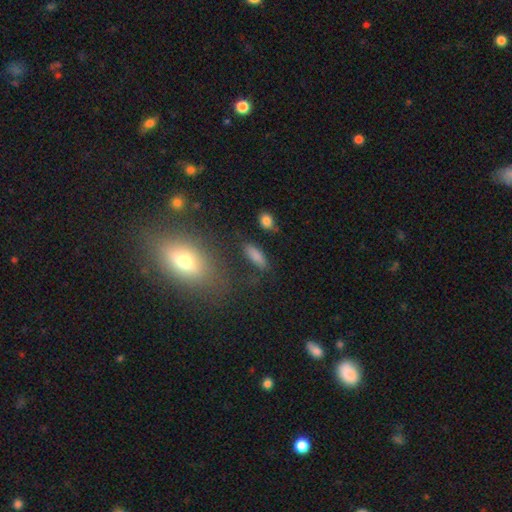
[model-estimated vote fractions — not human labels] smooth 80%, star or artifact 10%, featured or disk 10%. Down the decision tree: how rounded — in between (58%); merging — none (74%).